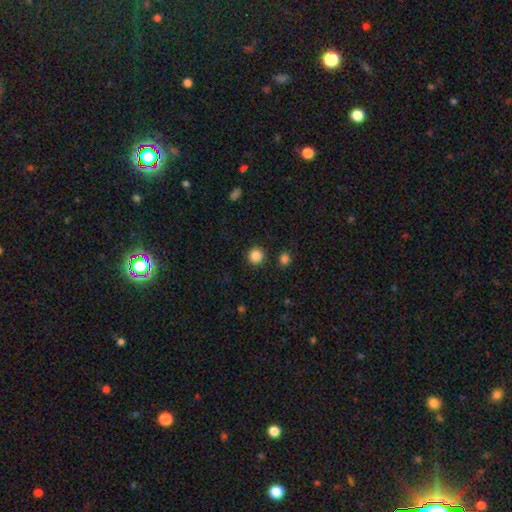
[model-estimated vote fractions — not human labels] The model was most divided on "smooth or featured": smooth: 86%, star or artifact: 11%, featured or disk: 3%. More confident: how rounded — round (94%); merging — none (90%).